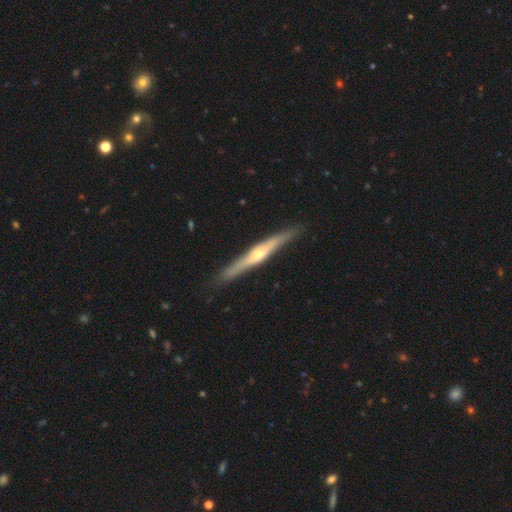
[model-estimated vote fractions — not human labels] Overall: featured or disk (75%). Edge-on disk: yes (97%). Edge-on bulge: rounded (80%). Merging: none (88%).